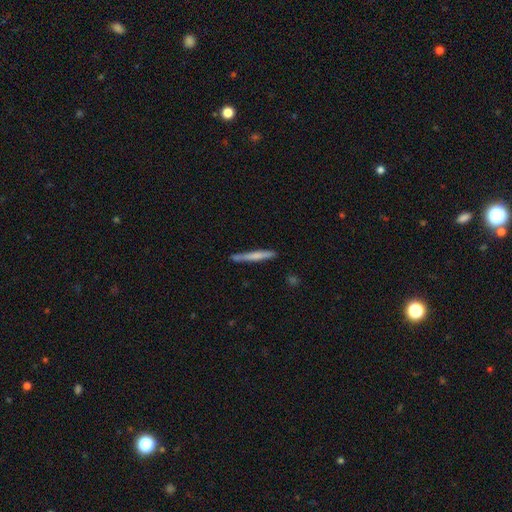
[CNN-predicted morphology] smooth 61%, featured or disk 33%, star or artifact 6%. Down the decision tree: how rounded — cigar-shaped (96%); merging — none (79%).